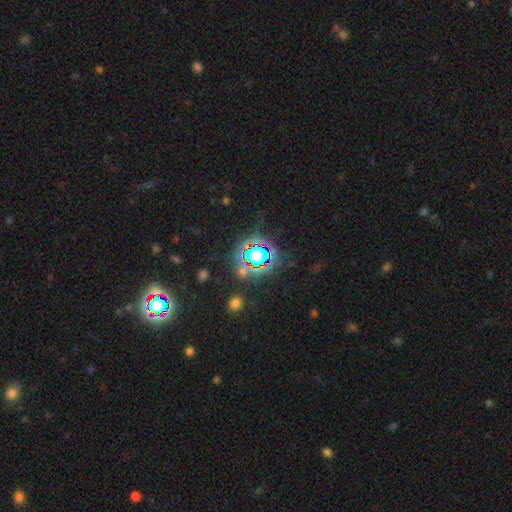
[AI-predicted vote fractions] Overall: star or artifact (69%).